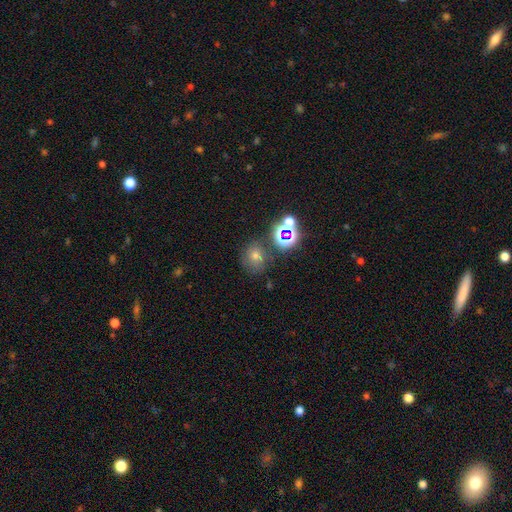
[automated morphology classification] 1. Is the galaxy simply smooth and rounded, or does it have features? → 49% smooth, 37% star or artifact, 14% featured or disk.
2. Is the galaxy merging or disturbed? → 73% none, 13% minor disturbance, 9% merger, 5% major disturbance.